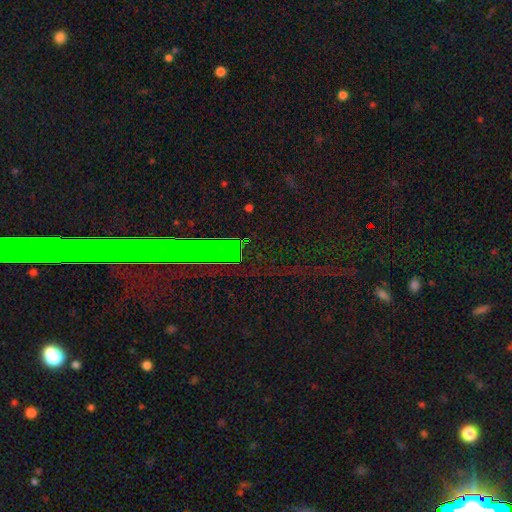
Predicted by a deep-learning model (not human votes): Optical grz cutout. It shows a star or artifact, not a galaxy (72%).